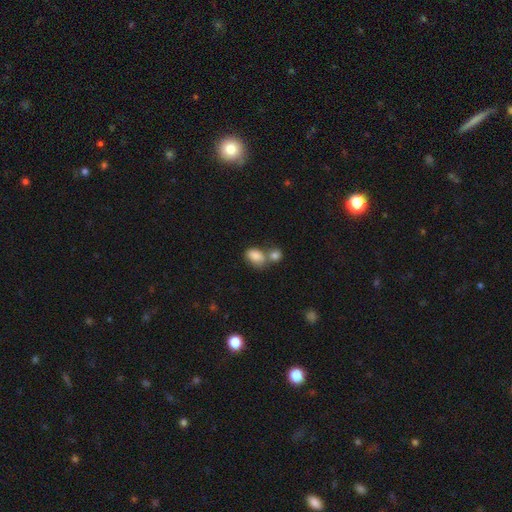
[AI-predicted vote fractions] The model was most divided on "merging": merger: 49%, none: 35%, minor disturbance: 11%, major disturbance: 5%. More confident: smooth or featured — smooth (84%); how rounded — in between (83%).